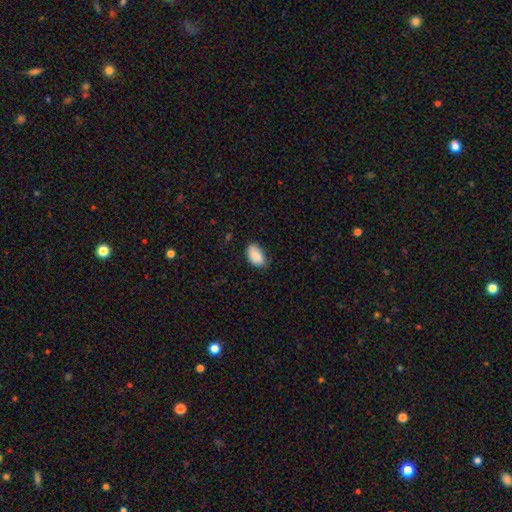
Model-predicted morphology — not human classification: A smooth galaxy with no disk features (89%) that is in between round and cigar-shaped (93%). Merging: none (69%).